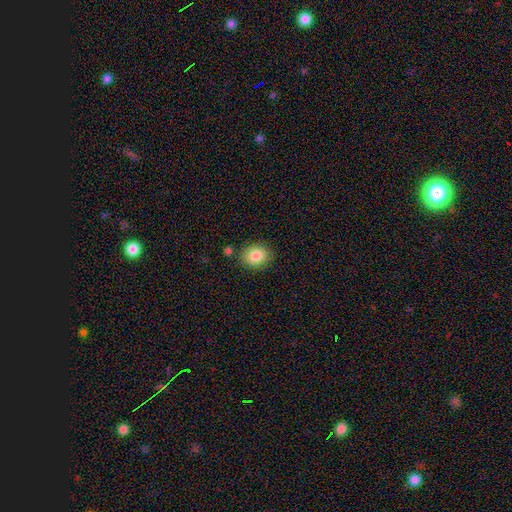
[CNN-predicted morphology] Overall: smooth (85%). How rounded: round (56%; in between 43%). Merging: none (83%).